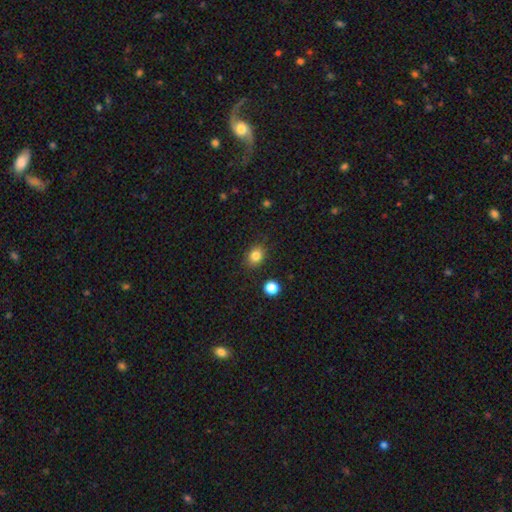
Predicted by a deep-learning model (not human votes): Smooth or featured? Predicted: smooth (p=0.84). How rounded? Predicted: round (p=0.51). Merging? Predicted: none (p=0.85).